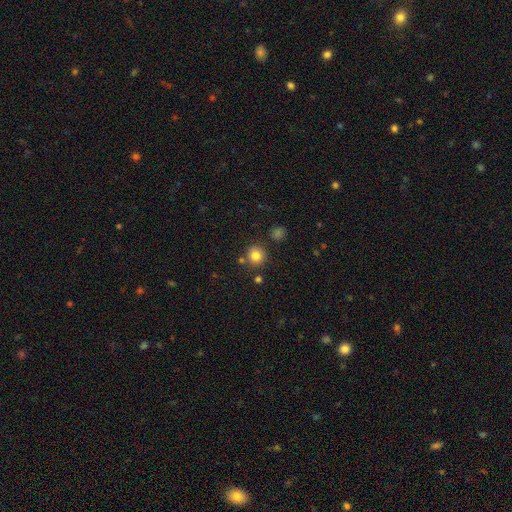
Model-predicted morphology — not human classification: Overall: smooth (82%). How rounded: round (92%). Merging: none (83%).